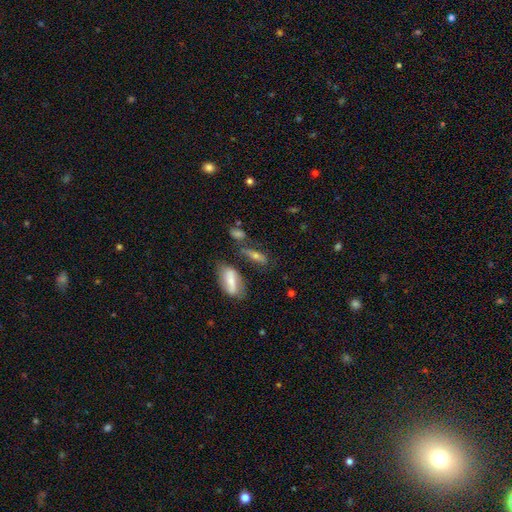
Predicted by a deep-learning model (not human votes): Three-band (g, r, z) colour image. It shows a smooth galaxy with no disk features (51%) that is in between round and cigar-shaped (54%). Merging: none (57%).